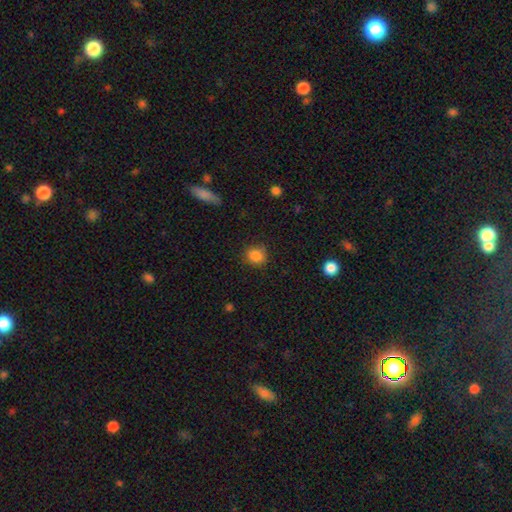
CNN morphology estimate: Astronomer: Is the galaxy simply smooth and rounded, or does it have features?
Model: smooth — 86%.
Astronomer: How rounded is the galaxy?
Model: round — 76%.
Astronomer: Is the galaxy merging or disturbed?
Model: none — 81%.